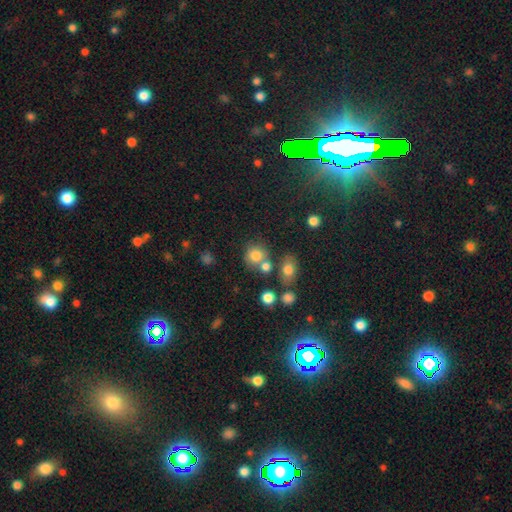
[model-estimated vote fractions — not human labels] Q: Smooth or featured?
A: smooth (78%); runner-up: star or artifact (13%)
Q: How rounded?
A: round (79%); runner-up: in between (20%)
Q: Merging?
A: none (58%); runner-up: merger (23%)